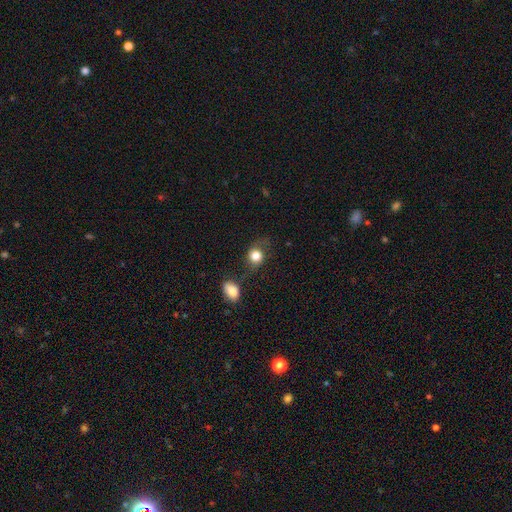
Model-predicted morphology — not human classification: Smooth or featured? smooth (77%)
How rounded? round (69%)
Merging? none (57%)